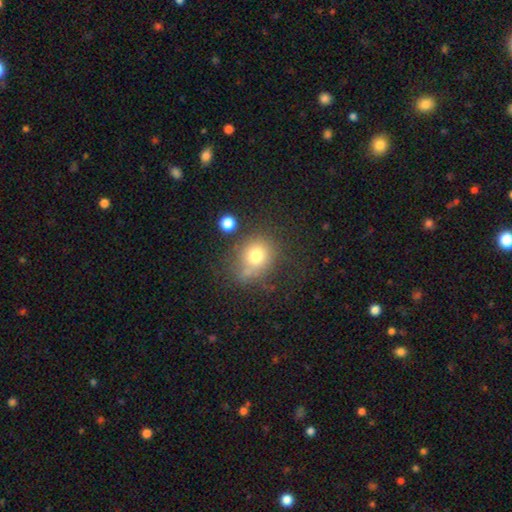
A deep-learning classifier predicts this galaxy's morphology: smooth_or_featured: smooth (p=0.73) [alt: star or artifact p=0.14]
how_rounded: round (p=0.74) [alt: in between p=0.25]
merging: none (p=0.63) [alt: minor disturbance p=0.17]